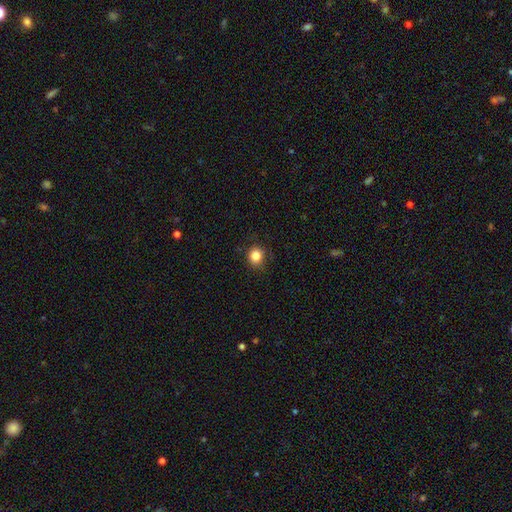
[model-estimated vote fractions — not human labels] Q: Smooth or featured?
A: smooth (84%); runner-up: star or artifact (11%)
Q: How rounded?
A: round (85%); runner-up: in between (14%)
Q: Merging?
A: none (86%); runner-up: minor disturbance (11%)